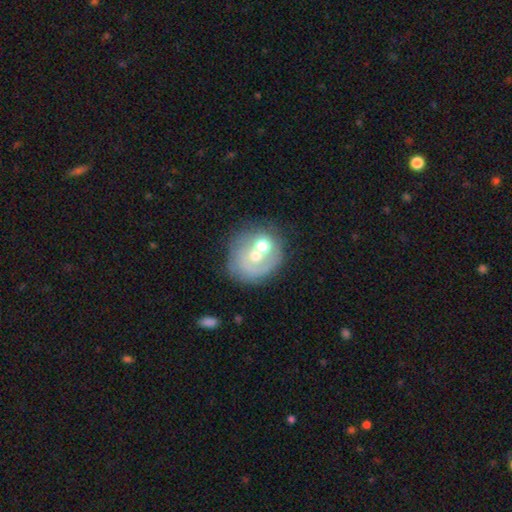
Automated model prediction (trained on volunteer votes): A featured or disk galaxy (52%) with no bar (86%), no spiral arms (67%) and a moderate central bulge (61%).

Vote fractions:
- Smooth or featured? featured or disk: 52% / smooth: 38% / star or artifact: 10%
- Edge-on disk? no: 97% / yes: 3%
- Bar? no: 86% / weak: 11% / strong: 3%
- Spiral arms? no: 67% / yes: 33%
- Bulge size? moderate: 61% / small: 27% / large: 6% / none: 4% / dominant: 2%
- Merging? none: 38% (tied) / merger: 38% (tied) / minor disturbance: 14% / major disturbance: 10%